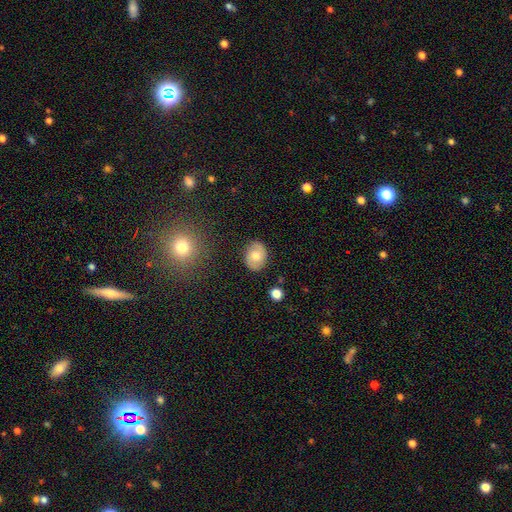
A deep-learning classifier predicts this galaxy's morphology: The model was most divided on "how rounded": in between: 59%, round: 39%, cigar-shaped: 1%. More confident: merging — none (84%); smooth or featured — smooth (59%).